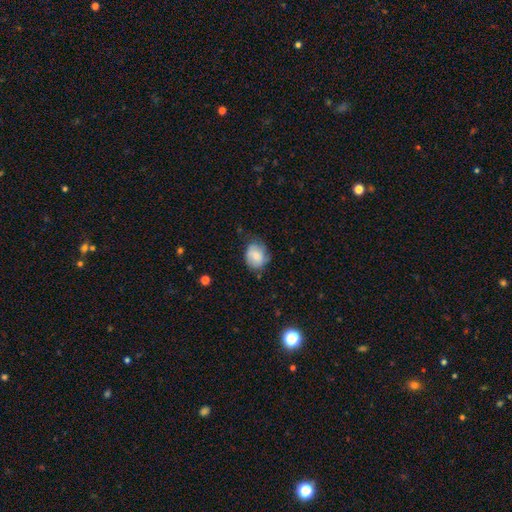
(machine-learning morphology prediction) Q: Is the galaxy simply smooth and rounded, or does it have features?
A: smooth — 73%.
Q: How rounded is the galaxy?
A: round — 52%.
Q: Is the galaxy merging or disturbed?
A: none — 57%.